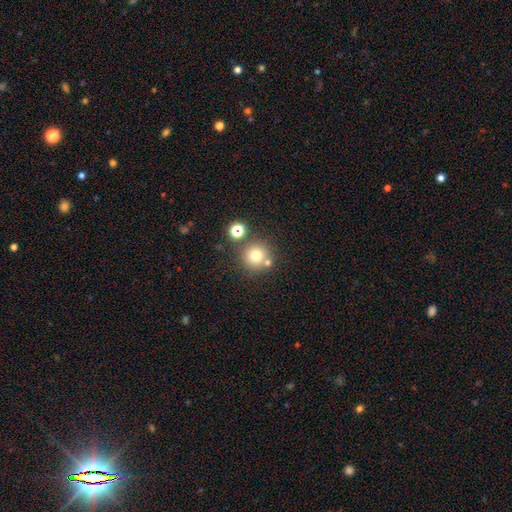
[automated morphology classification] This appears to be a smooth galaxy with no disk features (74%) that is round (94%). Merging: none (72%).